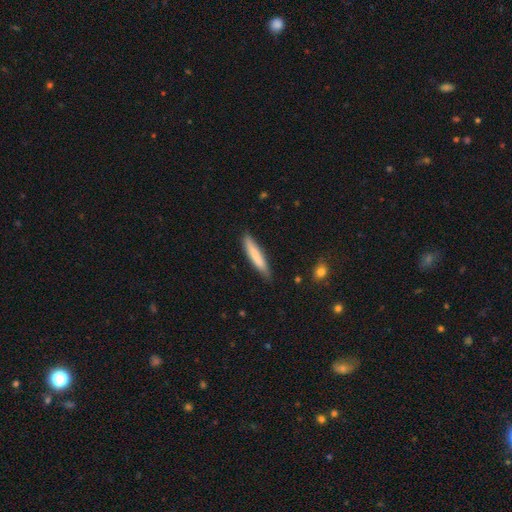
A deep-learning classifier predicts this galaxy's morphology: Smooth or featured: smooth — 78% (featured or disk — 16%)
How rounded: cigar-shaped — 90% (in between — 9%)
Merging: none — 84% (minor disturbance — 13%)